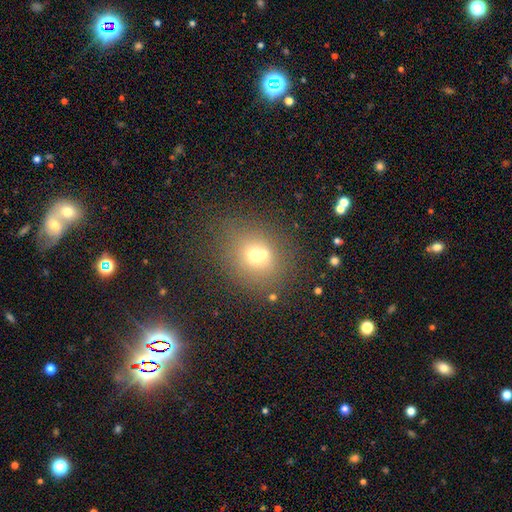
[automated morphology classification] A smooth galaxy with no disk features (60%) that is round (70%). Merging: none (45%).